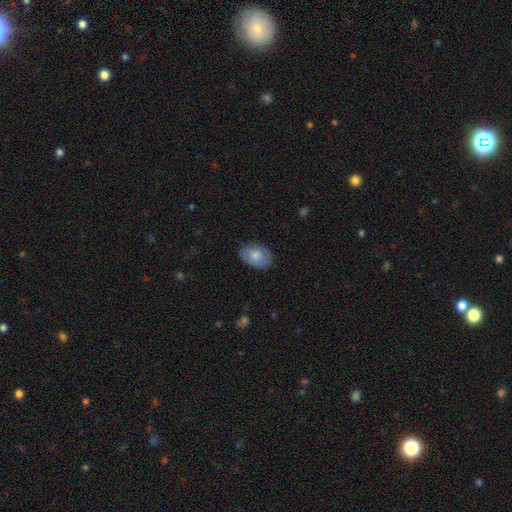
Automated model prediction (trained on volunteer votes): This appears to be a smooth galaxy with no disk features (76%) that is in between round and cigar-shaped (83%). Merging: none (82%).